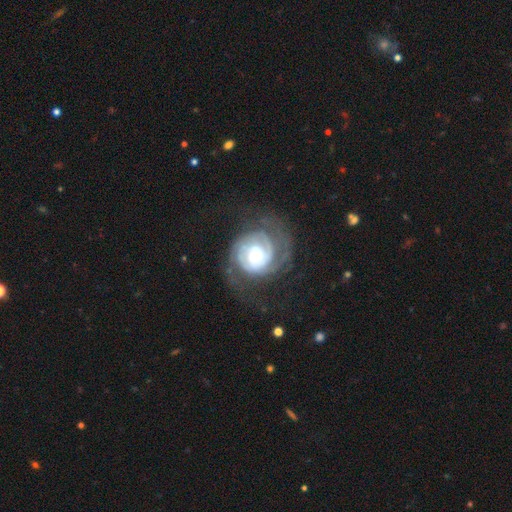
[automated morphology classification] smooth_or_featured: featured or disk (p=0.82) [alt: smooth p=0.12]
disk_edge_on: no (p=0.98) [alt: yes p=0.02]
bar: no (p=0.68) [alt: weak p=0.26]
has_spiral_arms: yes (p=0.93) [alt: no p=0.07]
spiral_winding: tight (p=0.64) [alt: medium p=0.27]
spiral_arm_count: 2 (p=0.40) [alt: can't tell p=0.29]
bulge_size: moderate (p=0.56) [alt: small p=0.31]
merging: none (p=0.59) [alt: major disturbance p=0.21]